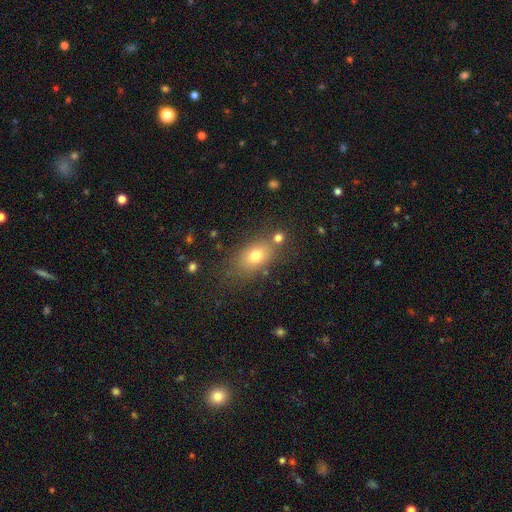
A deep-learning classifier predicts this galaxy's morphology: A smooth galaxy with no disk features (74%) that is in between round and cigar-shaped (79%).

Vote fractions:
- Smooth or featured? smooth: 74% / featured or disk: 14% / star or artifact: 12%
- How rounded? in between: 79% / round: 18% / cigar-shaped: 3%
- Merging? none: 69% / minor disturbance: 14% / merger: 11% / major disturbance: 5%